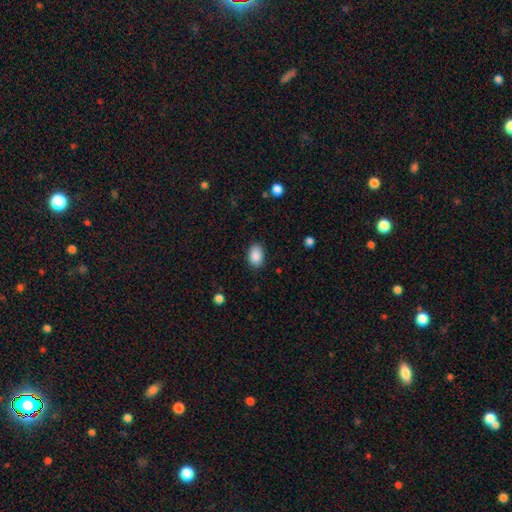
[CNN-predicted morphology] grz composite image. It shows a smooth galaxy with no disk features (89%) that is in between round and cigar-shaped (86%). Merging: none (86%).